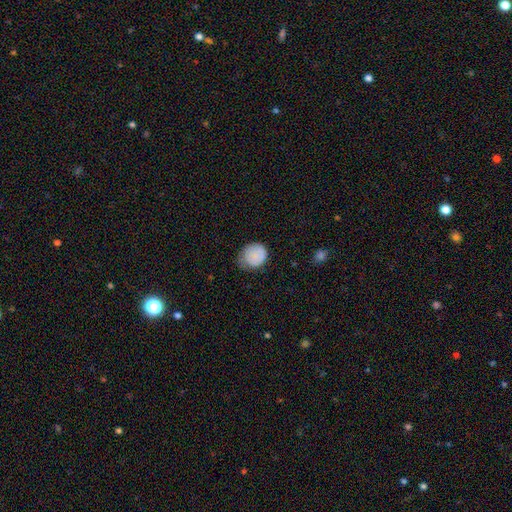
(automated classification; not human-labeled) A smooth galaxy with no disk features (84%) that is round (75%). Merging: none (50%).